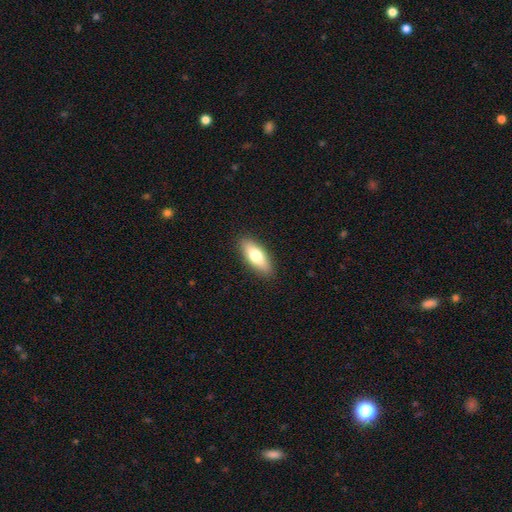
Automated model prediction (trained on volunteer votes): A smooth galaxy with no disk features (72%) that is in between round and cigar-shaped (69%).

Vote fractions:
- Smooth or featured? smooth: 72% / featured or disk: 22% / star or artifact: 6%
- How rounded? in between: 69% / cigar-shaped: 28% / round: 3%
- Merging? none: 89% / minor disturbance: 8% / major disturbance: 2% / merger: 1%